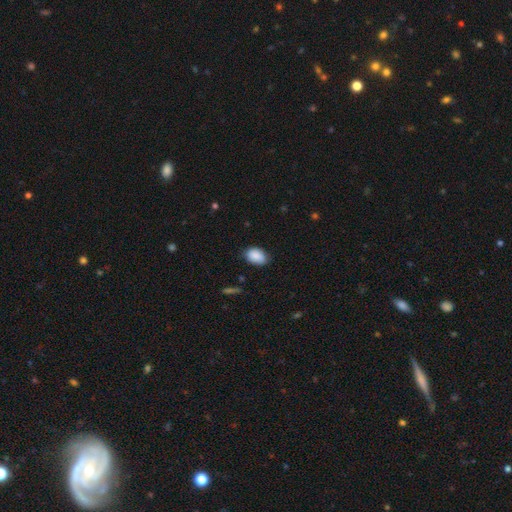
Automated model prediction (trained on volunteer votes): The model was most divided on "merging": none: 78%, minor disturbance: 18%, major disturbance: 3%, merger: 1%. More confident: smooth or featured — smooth (89%); how rounded — in between (84%).